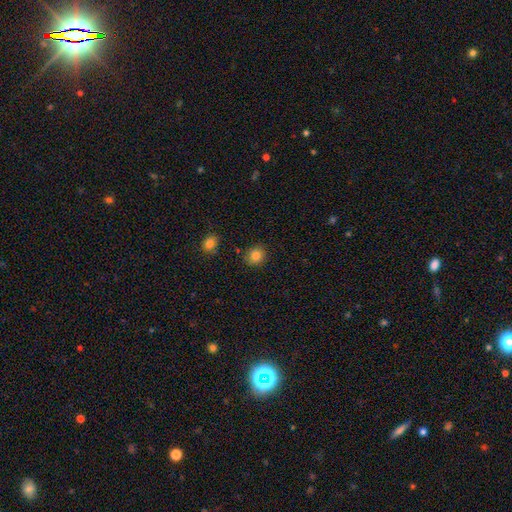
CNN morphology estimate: smooth 85%, star or artifact 11%, featured or disk 5%. Down the decision tree: how rounded — round (82%); merging — none (86%).